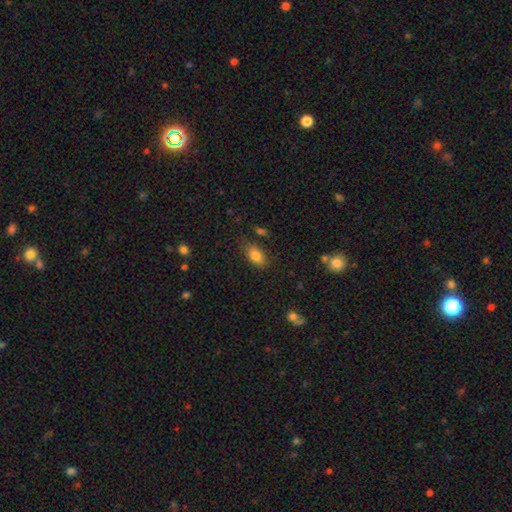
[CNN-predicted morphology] A smooth galaxy with no disk features (82%) that is in between round and cigar-shaped (89%). Merging: none (73%).